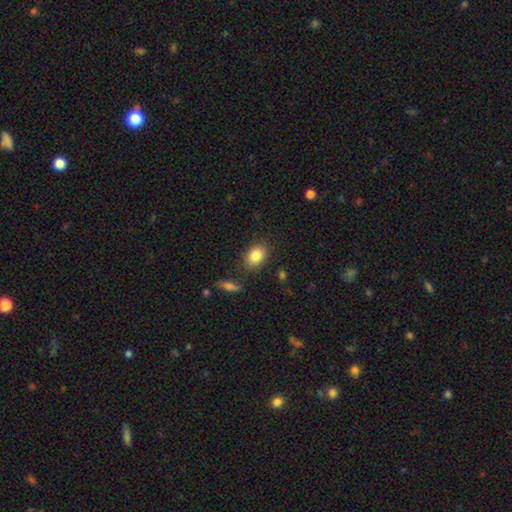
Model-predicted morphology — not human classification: This appears to be a smooth galaxy with no disk features (84%) that is in between round and cigar-shaped (79%). Merging: none (82%).